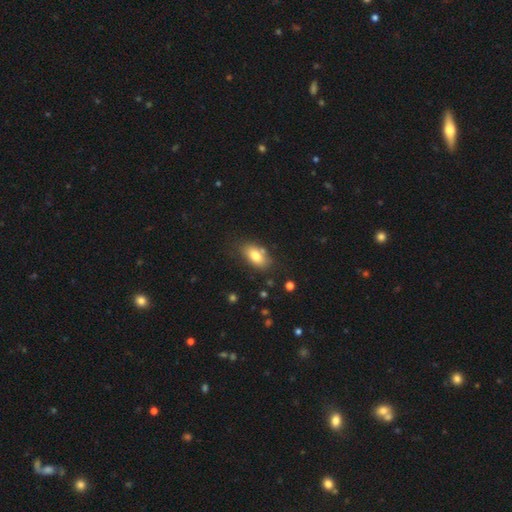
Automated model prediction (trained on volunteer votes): This is likely a smooth galaxy (79%). How rounded: clearly in between (90%). Merging: likely none (71%).